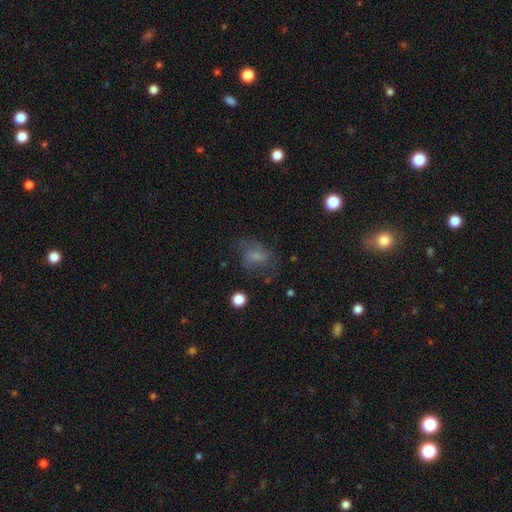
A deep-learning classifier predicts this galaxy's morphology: The model was most divided on "smooth or featured": smooth: 52%, featured or disk: 32%, star or artifact: 16%. Remaining: how rounded — in between (69%); merging — none (48%).